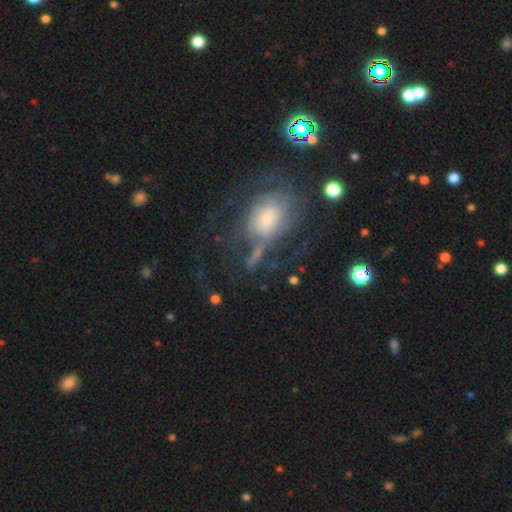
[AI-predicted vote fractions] smooth-or-featured: featured or disk: 60% | smooth: 27% | star or artifact: 13%
  disk-edge-on: no: 94% | yes: 6%
    bar: no: 70% | weak: 23% | strong: 7%
    has-spiral-arms: yes: 71% | no: 29%
    bulge-size: moderate: 36% | large: 26% | small: 25% | none: 8% | dominant: 5%
  merging: none: 43% | major disturbance: 31% | minor disturbance: 20% | merger: 6%